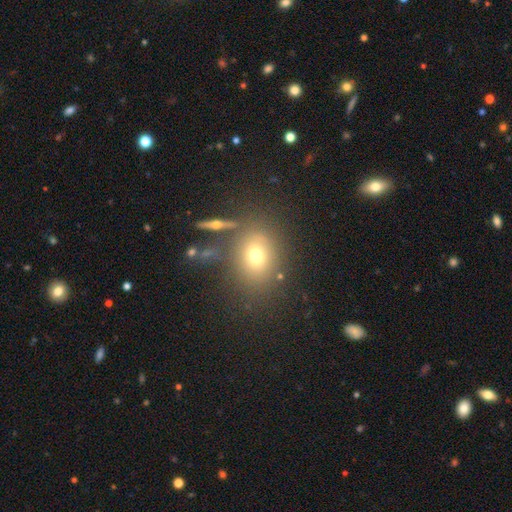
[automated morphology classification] Overall: smooth (68%). How rounded: in between (57%; round 41%). Merging: none (76%).